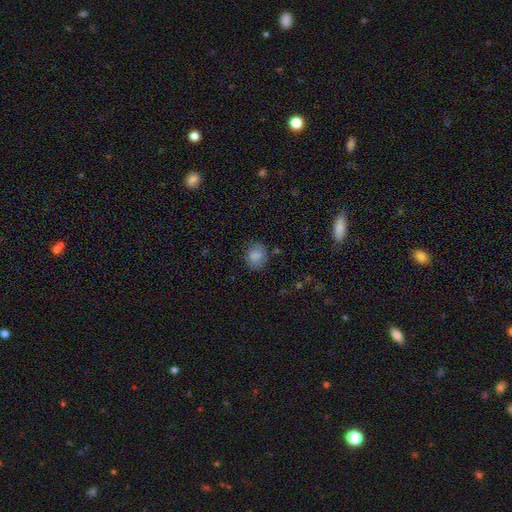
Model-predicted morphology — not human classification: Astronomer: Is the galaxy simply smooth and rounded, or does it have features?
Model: smooth — 83%.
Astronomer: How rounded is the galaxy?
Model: round — 61% (runner-up: in between, 38%).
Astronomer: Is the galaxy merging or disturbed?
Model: none — 75%.